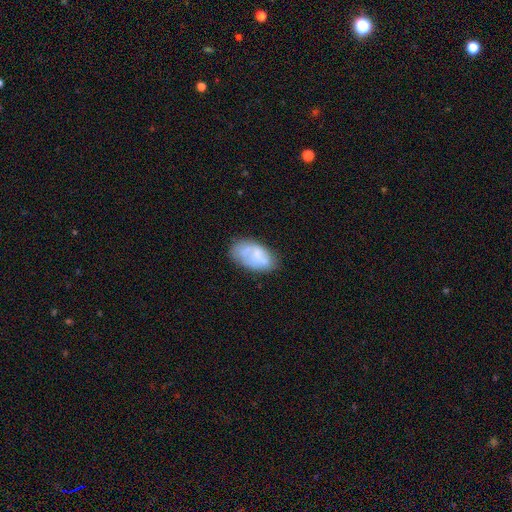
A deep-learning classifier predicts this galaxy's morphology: Smooth or featured?
  - smooth: 57% *
  - featured or disk: 35%
  - star or artifact: 8%
How rounded?
  - in between: 93% *
  - round: 5%
  - cigar-shaped: 2%
Merging?
  - none: 61% *
  - minor disturbance: 26%
  - major disturbance: 10%
  - merger: 4%